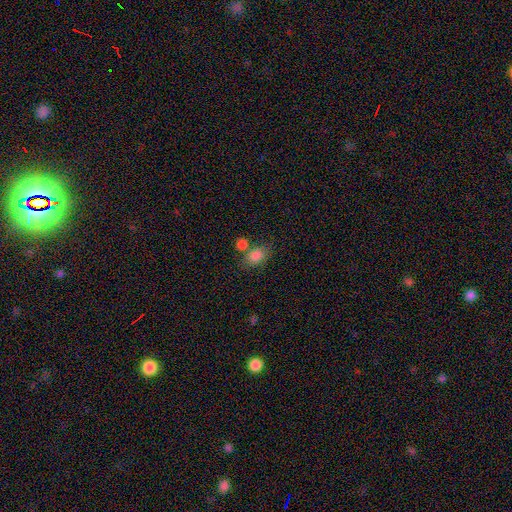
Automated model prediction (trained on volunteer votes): A smooth galaxy with no disk features (83%) that is in between round and cigar-shaped (71%).

Vote fractions:
- Smooth or featured? smooth: 83% / star or artifact: 9% / featured or disk: 7%
- How rounded? in between: 71% / round: 27% / cigar-shaped: 2%
- Merging? none: 54% / merger: 26% / minor disturbance: 14% / major disturbance: 5%